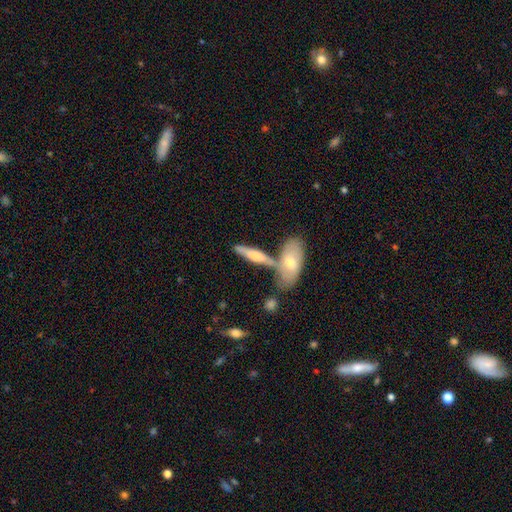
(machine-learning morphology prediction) Q: Smooth or featured?
A: smooth (54%); runner-up: featured or disk (40%)
Q: How rounded?
A: cigar-shaped (64%); runner-up: in between (34%)
Q: Merging?
A: none (47%); runner-up: merger (37%)